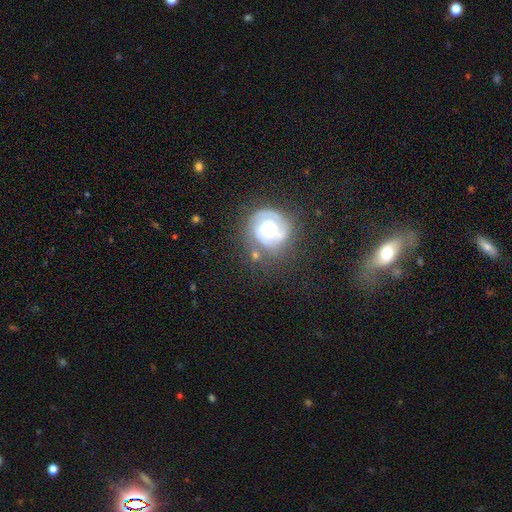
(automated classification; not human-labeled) Overall: featured or disk (71%). Edge-on disk: no (98%). Bar: no (71%). Spiral arms: yes (89%). Spiral arm count: 2 (50%; can't tell 22%). Spiral winding: tight (66%; medium 26%). Bulge size: moderate (57%; large 22%). Merging: none (67%).